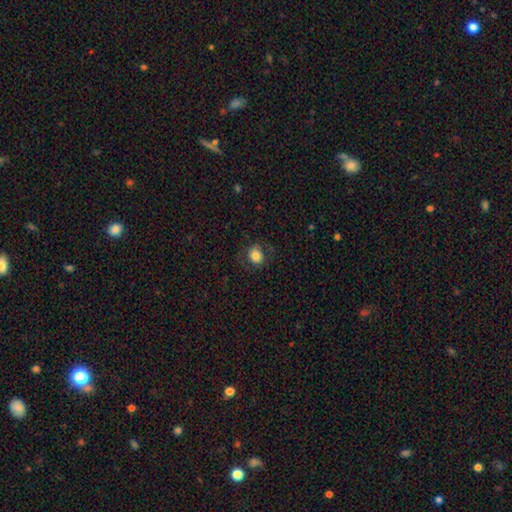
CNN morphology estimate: smooth_or_featured: smooth (p=0.78) [alt: featured or disk p=0.12]
how_rounded: round (p=0.68) [alt: in between p=0.31]
merging: none (p=0.78) [alt: minor disturbance p=0.14]